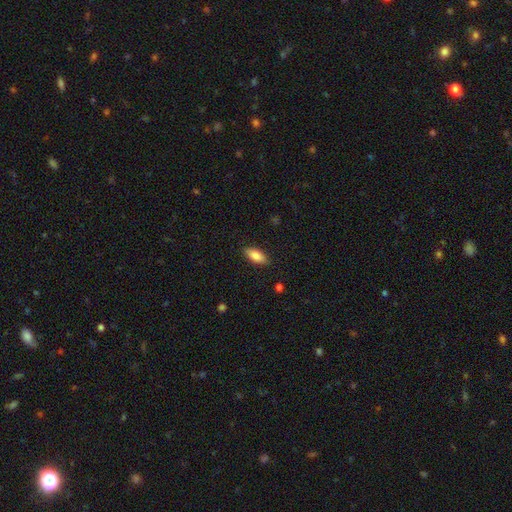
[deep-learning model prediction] smooth 83%, featured or disk 11%, star or artifact 7%. Down the decision tree: how rounded — in between (82%); merging — none (87%).